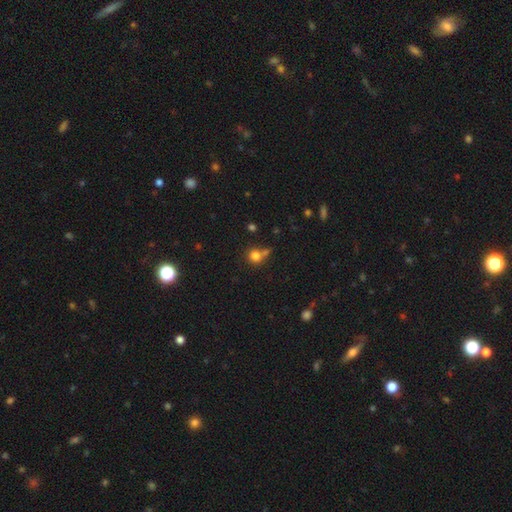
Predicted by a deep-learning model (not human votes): Smooth or featured?
  - smooth: 79% *
  - star or artifact: 13%
  - featured or disk: 8%
How rounded?
  - round: 87% *
  - in between: 12%
  - cigar-shaped: 1%
Merging?
  - none: 55% *
  - merger: 27%
  - minor disturbance: 12%
  - major disturbance: 5%